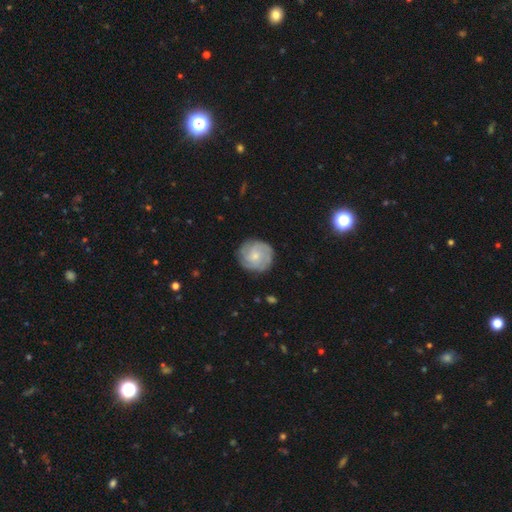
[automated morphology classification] Q: Smooth or featured?
A: featured or disk (63%); runner-up: smooth (31%)
Q: Edge-on disk?
A: no (98%); runner-up: yes (2%)
Q: Bar?
A: no (73%); runner-up: weak (24%)
Q: Spiral arms?
A: yes (89%); runner-up: no (11%)
Q: Spiral winding?
A: tight (59%); runner-up: medium (32%)
Q: Spiral arm count?
A: can't tell (36%); runner-up: 3 (24%)
Q: Bulge size?
A: small (63%); runner-up: moderate (30%)
Q: Merging?
A: none (82%); runner-up: minor disturbance (13%)